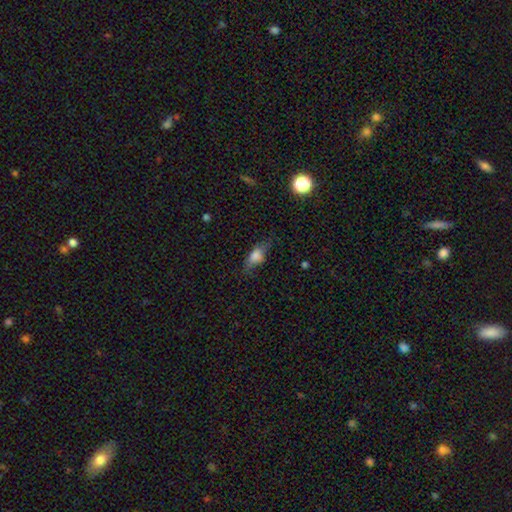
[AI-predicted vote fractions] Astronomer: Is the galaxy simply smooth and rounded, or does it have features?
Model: smooth — 71%.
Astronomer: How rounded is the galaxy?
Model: in between — 74%.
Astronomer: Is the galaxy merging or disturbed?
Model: none — 63%.